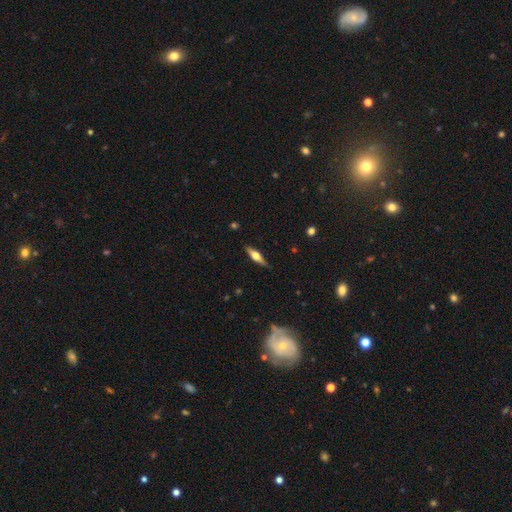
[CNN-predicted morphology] Overall: featured or disk (60%; smooth 34%). Edge-on disk: yes (95%). Edge-on bulge: rounded (91%). Merging: none (86%).